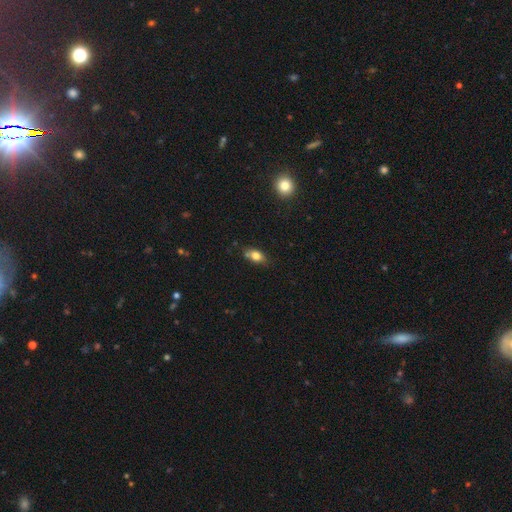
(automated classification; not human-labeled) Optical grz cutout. It shows a smooth galaxy with no disk features (78%) that is in between round and cigar-shaped (79%). Merging: none (64%).